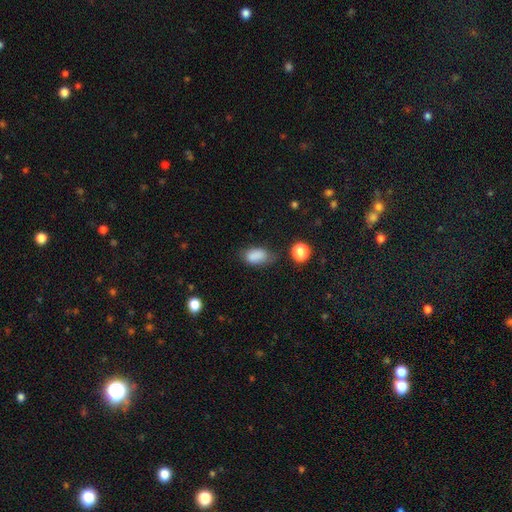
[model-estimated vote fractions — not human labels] Smooth or featured?
  - smooth: 85% *
  - star or artifact: 10%
  - featured or disk: 6%
How rounded?
  - in between: 90% *
  - round: 8%
  - cigar-shaped: 2%
Merging?
  - none: 60% *
  - minor disturbance: 27%
  - major disturbance: 8%
  - merger: 5%